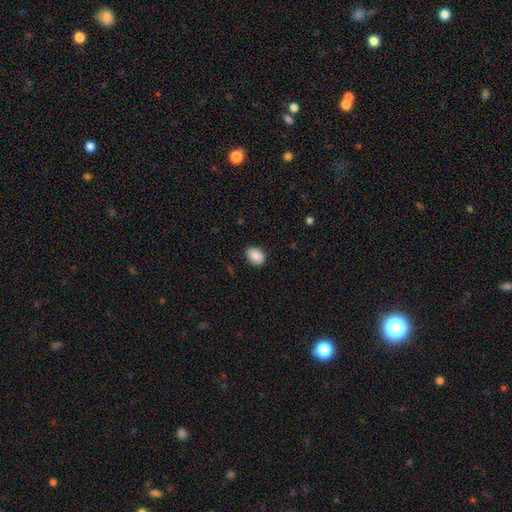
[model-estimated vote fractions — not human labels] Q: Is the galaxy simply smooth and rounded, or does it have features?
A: smooth — 85%.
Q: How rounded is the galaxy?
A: in between — 68%.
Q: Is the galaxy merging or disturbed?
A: none — 85%.